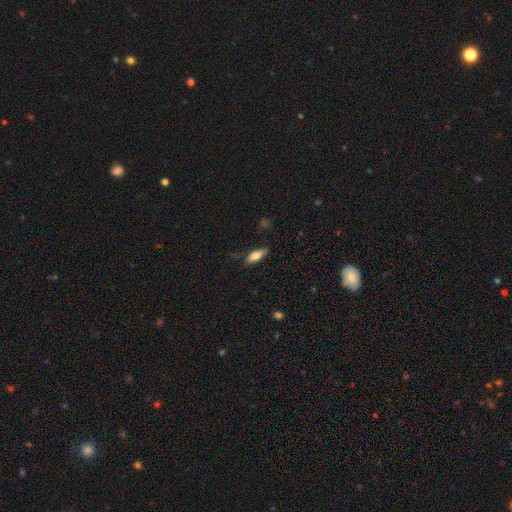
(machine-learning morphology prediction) This is likely a smooth galaxy (75%). How rounded: likely in between (62%). Merging: likely none (78%).